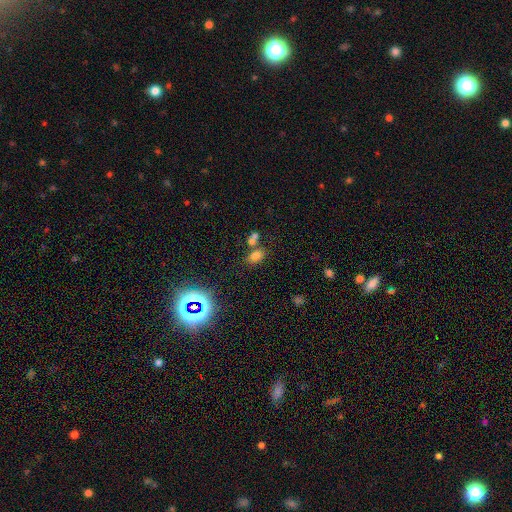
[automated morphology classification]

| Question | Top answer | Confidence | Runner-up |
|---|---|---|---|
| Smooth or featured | smooth | 73% | star or artifact (18%) |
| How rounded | in between | 82% | round (16%) |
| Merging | none | 59% | merger (25%) |